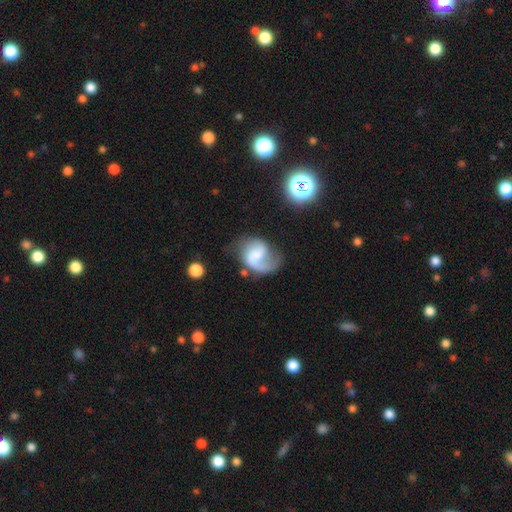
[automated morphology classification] Smooth or featured: featured or disk — 69% (smooth — 23%)
Edge-on disk: no — 98% (yes — 2%)
Bar: no — 51% (weak — 39%)
Spiral arms: yes — 91% (no — 9%)
Spiral winding: loose — 45% (medium — 40%)
Spiral arm count: 1 — 48% (2 — 45%)
Bulge size: none — 29% (small — 28%)
Merging: none — 40% (major disturbance — 31%)